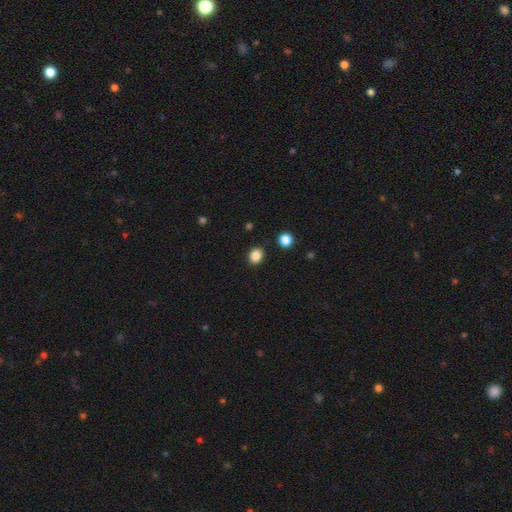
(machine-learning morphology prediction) Q: Smooth or featured?
A: smooth (85%); runner-up: star or artifact (11%)
Q: How rounded?
A: round (64%); runner-up: in between (35%)
Q: Merging?
A: none (89%); runner-up: minor disturbance (7%)